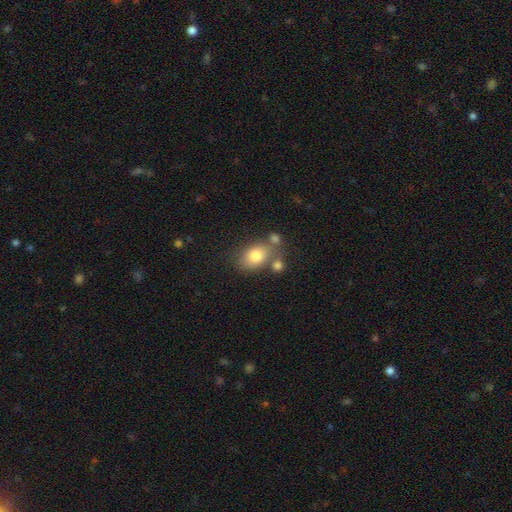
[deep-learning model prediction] This is likely a smooth galaxy (79%). How rounded: likely in between (71%). Merging: possibly none (58%).